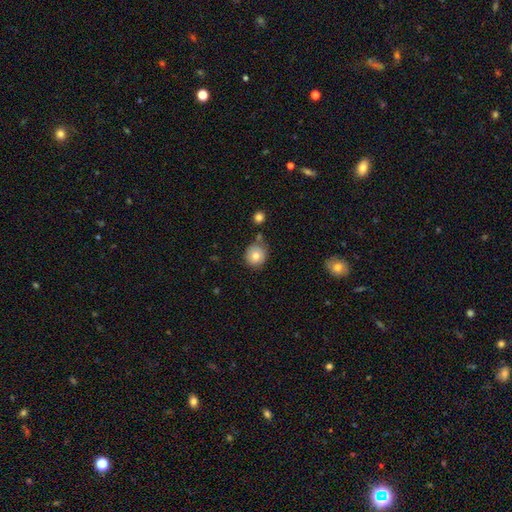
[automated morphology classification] This is likely a smooth galaxy (79%). How rounded: clearly round (89%). Merging: likely none (74%).